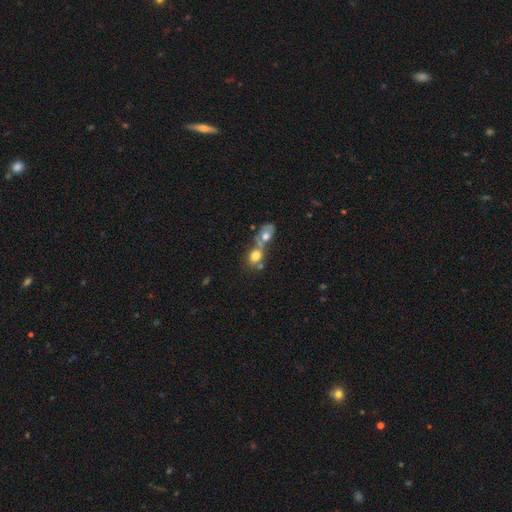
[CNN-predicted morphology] smooth-or-featured: smooth: 72% | featured or disk: 17% | star or artifact: 11%
  how-rounded: round: 54% | in between: 45% | cigar-shaped: 2%
  merging: merger: 63% | none: 24% | minor disturbance: 7% | major disturbance: 5%